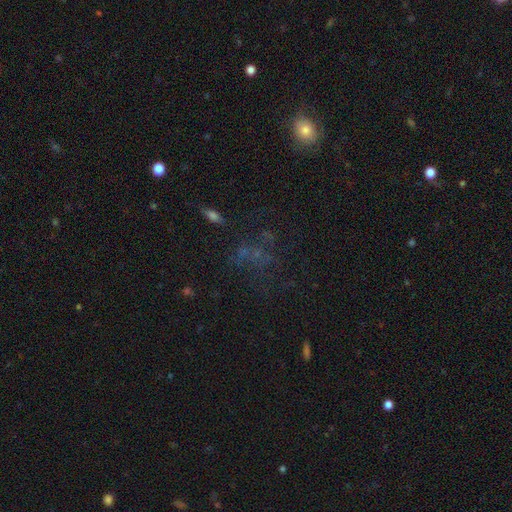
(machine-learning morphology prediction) Smooth or featured: star or artifact — 41% (smooth — 33%)